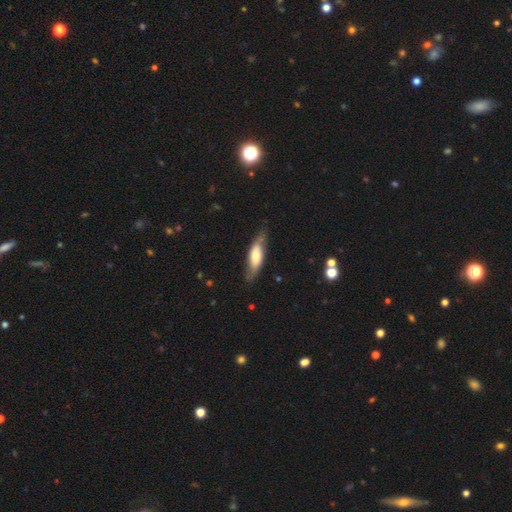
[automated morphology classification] type=smooth (55%); roundness=in between (51%); merging=none (74%).